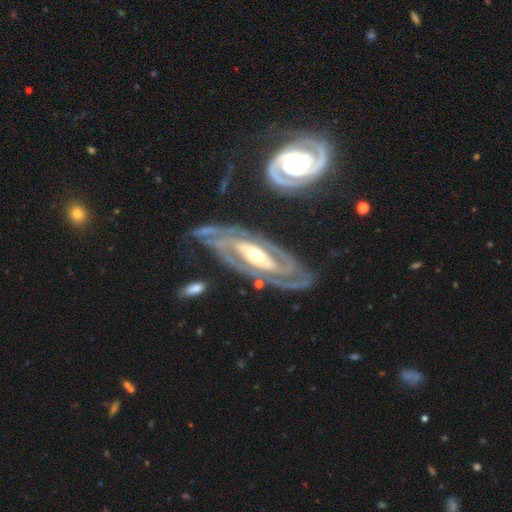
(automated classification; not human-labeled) Smooth or featured?
  - featured or disk: 91% *
  - smooth: 5%
  - star or artifact: 4%
Edge-on disk?
  - no: 93% *
  - yes: 7%
Bar?
  - no: 39% *
  - strong: 35%
  - weak: 26%
Spiral arms?
  - yes: 95% *
  - no: 5%
Spiral winding?
  - tight: 66% *
  - medium: 28%
  - loose: 7%
Spiral arm count?
  - 2: 67% *
  - can't tell: 12%
  - 3: 10%
  - 4: 4%
  - 1: 4%
  - more than 4: 3%
Bulge size?
  - moderate: 67% *
  - small: 22%
  - large: 8%
  - dominant: 1%
  - none: 1%
Merging?
  - none: 70% *
  - minor disturbance: 17%
  - major disturbance: 9%
  - merger: 4%